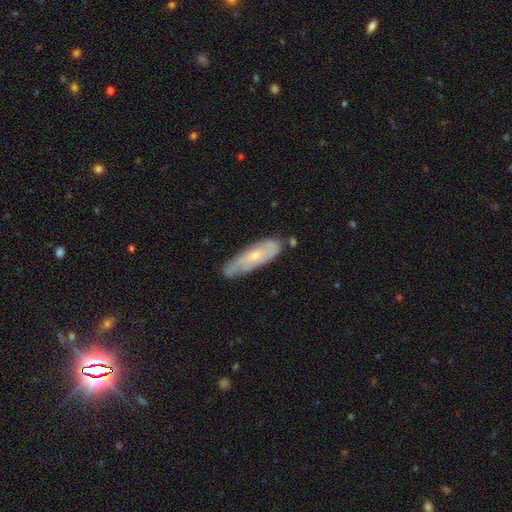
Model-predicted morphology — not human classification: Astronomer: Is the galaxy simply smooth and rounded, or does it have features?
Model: featured or disk — 57% (runner-up: smooth, 36%).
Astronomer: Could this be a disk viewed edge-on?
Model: no — 74%.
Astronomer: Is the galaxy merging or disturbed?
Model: none — 68%.